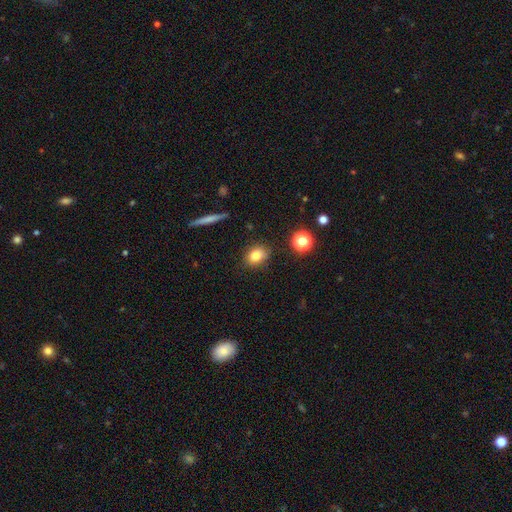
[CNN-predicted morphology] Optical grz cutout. It shows a smooth galaxy with no disk features (79%) that is in between round and cigar-shaped (52%). Merging: none (83%).